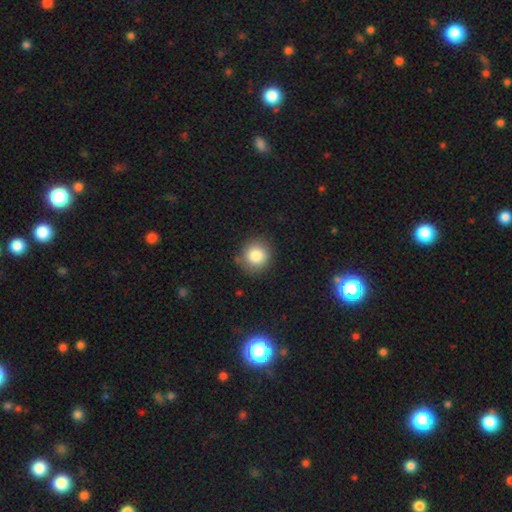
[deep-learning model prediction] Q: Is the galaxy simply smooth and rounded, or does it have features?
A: smooth — 84%.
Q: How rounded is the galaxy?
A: round — 90%.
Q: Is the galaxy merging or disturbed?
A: none — 85%.